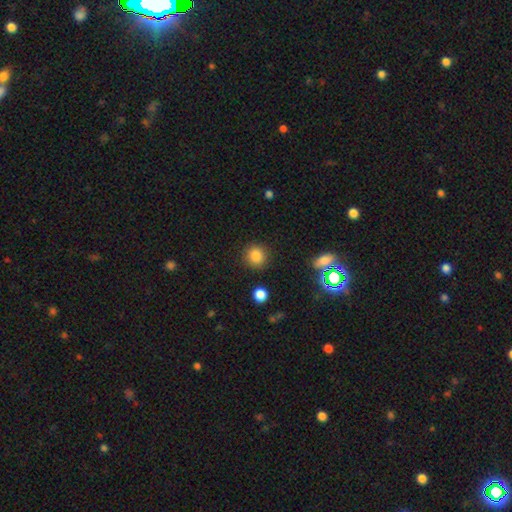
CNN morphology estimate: Overall: smooth (83%). How rounded: round (90%). Merging: none (89%).